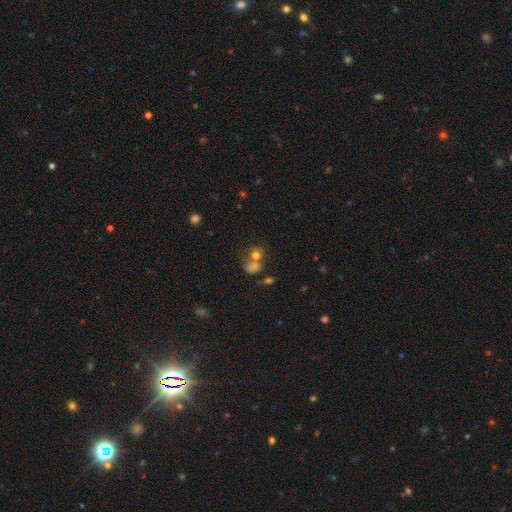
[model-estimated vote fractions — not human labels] A smooth galaxy with no disk features (74%) that is round (71%).

Vote fractions:
- Smooth or featured? smooth: 74% / star or artifact: 16% / featured or disk: 10%
- How rounded? round: 71% / in between: 28% / cigar-shaped: 1%
- Merging? merger: 44% / none: 40% / minor disturbance: 10% / major disturbance: 6%